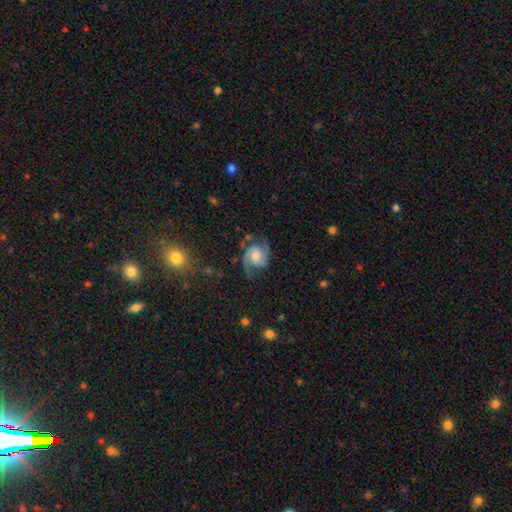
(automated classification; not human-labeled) Smooth or featured: featured or disk — 87% (smooth — 7%)
Edge-on disk: no — 98% (yes — 2%)
Bar: no — 58% (weak — 35%)
Spiral arms: yes — 97% (no — 3%)
Spiral winding: medium — 56% (loose — 22%)
Spiral arm count: 2 — 92% (can't tell — 2%)
Bulge size: moderate — 50% (small — 24%)
Merging: none — 74% (minor disturbance — 16%)